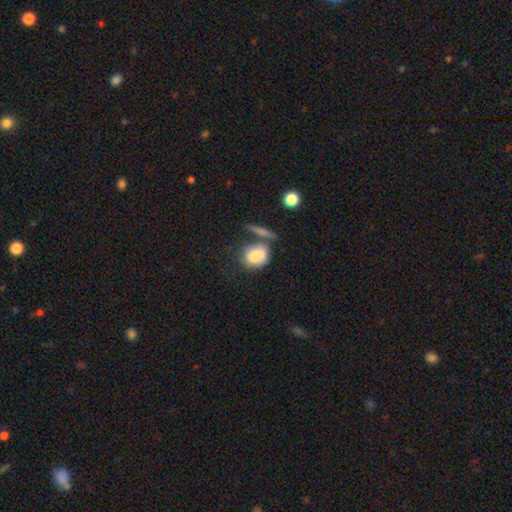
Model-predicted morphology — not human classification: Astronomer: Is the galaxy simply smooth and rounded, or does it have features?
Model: smooth — 76%.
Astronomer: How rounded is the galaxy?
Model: round — 52% (runner-up: in between, 46%).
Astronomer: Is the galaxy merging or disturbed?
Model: none — 45% (runner-up: merger, 24%).